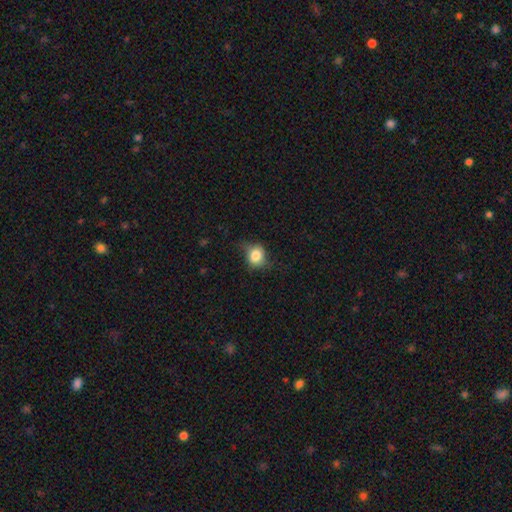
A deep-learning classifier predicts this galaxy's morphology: type=smooth (77%); roundness=round (67%); merging=none (60%).